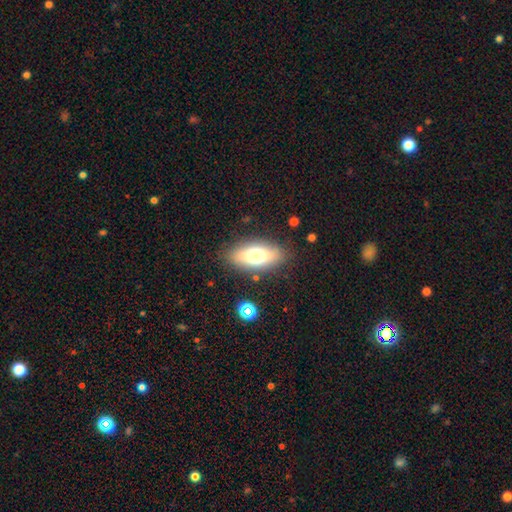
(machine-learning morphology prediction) The model was most divided on "smooth or featured": smooth: 67%, featured or disk: 23%, star or artifact: 10%. More confident: merging — none (83%); how rounded — in between (81%).